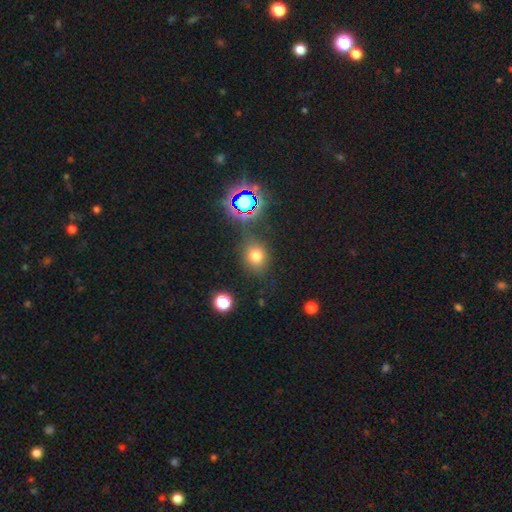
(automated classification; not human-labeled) A smooth galaxy with no disk features (70%) that is round (57%). Merging: none (75%).